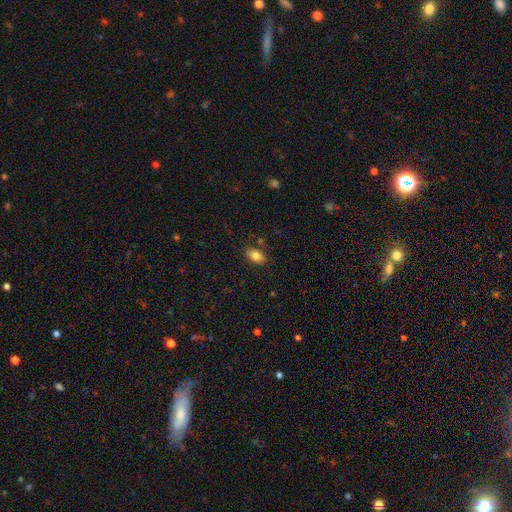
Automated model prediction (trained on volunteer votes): Q: Smooth or featured?
A: smooth (83%); runner-up: featured or disk (9%)
Q: How rounded?
A: in between (91%); runner-up: round (6%)
Q: Merging?
A: none (83%); runner-up: minor disturbance (11%)